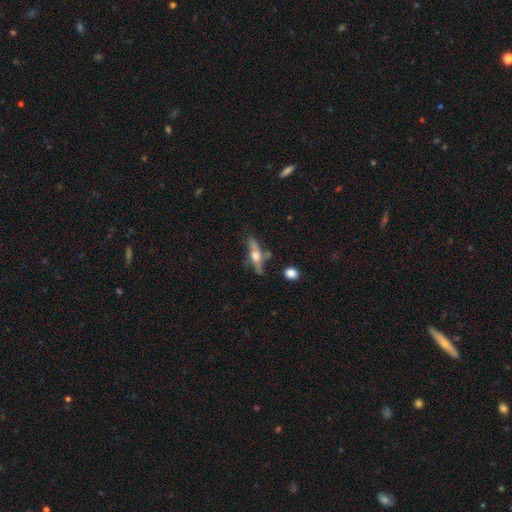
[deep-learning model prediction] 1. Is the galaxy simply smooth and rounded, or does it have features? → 57% featured or disk, 35% smooth, 8% star or artifact.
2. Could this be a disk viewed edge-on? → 86% yes, 14% no.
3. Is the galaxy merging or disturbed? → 63% none, 20% minor disturbance, 9% major disturbance, 8% merger.